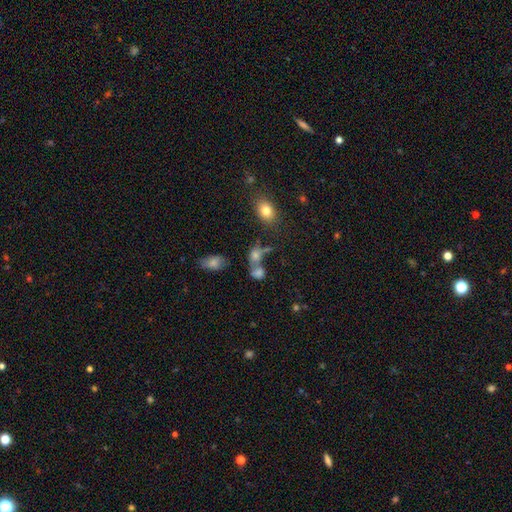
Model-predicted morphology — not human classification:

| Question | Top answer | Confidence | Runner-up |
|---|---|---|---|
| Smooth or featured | smooth | 60% | star or artifact (23%) |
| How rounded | in between | 59% | round (37%) |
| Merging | none | 41% | merger (38%) |